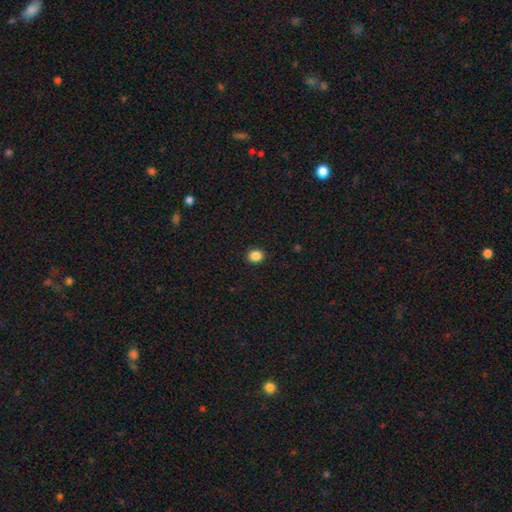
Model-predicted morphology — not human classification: smooth 86%, star or artifact 11%, featured or disk 3%. Down the decision tree: how rounded — round (78%); merging — none (92%).